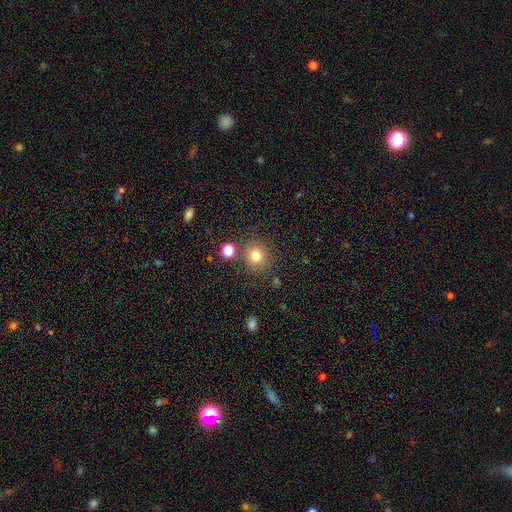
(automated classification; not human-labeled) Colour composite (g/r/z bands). It shows a smooth galaxy with no disk features (77%) that is round (89%). Merging: none (81%).